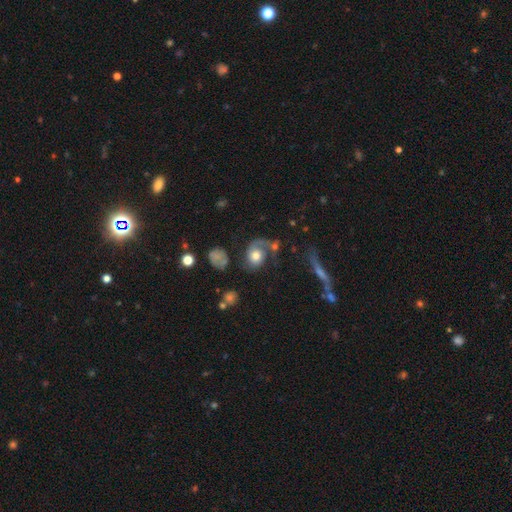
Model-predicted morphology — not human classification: type=featured or disk (60%); edge-on=no (96%); bar=no (78%); spiral arms=yes (86%); bulge=moderate (57%); merging=none (40%).